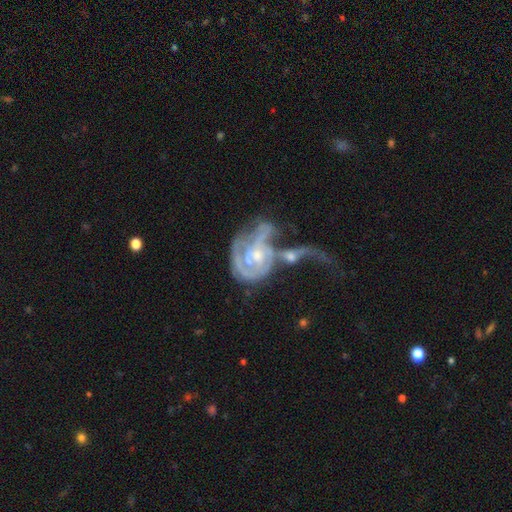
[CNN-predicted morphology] smooth-or-featured: featured or disk: 83% | smooth: 11% | star or artifact: 6%
  disk-edge-on: no: 97% | yes: 3%
    bar: no: 70% | weak: 24% | strong: 5%
    has-spiral-arms: yes: 85% | no: 15%
      spiral-winding: tight: 46% | medium: 32% | loose: 22%
      spiral-arm-count: can't tell: 38% | 2: 33% | 1: 11% | 3: 10% | 4: 5% | more than 4: 4%
    bulge-size: moderate: 54% | small: 36% | none: 4% | large: 4% | dominant: 1%
  merging: merger: 57% | major disturbance: 25% | none: 10% | minor disturbance: 8%